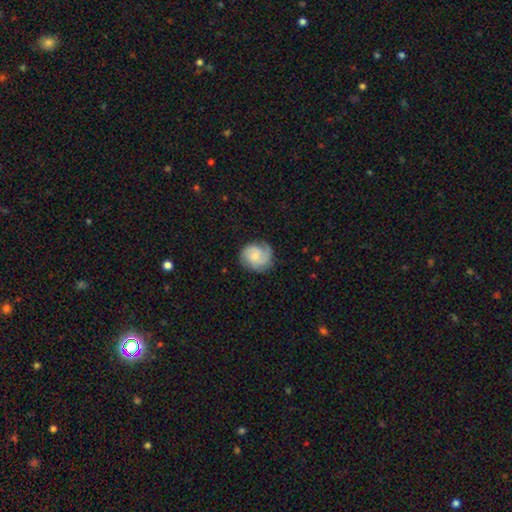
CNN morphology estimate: Smooth or featured: featured or disk — 65% (smooth — 29%)
Edge-on disk: no — 98% (yes — 2%)
Bar: no — 65% (weak — 31%)
Spiral arms: yes — 95% (no — 5%)
Spiral winding: tight — 44% (medium — 42%)
Spiral arm count: 2 — 49% (3 — 21%)
Bulge size: small — 56% (moderate — 32%)
Merging: none — 74% (minor disturbance — 18%)